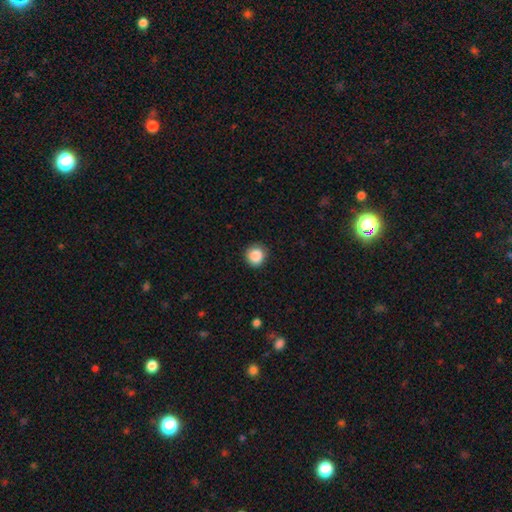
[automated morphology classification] smooth 87%, star or artifact 9%, featured or disk 3%. Down the decision tree: how rounded — round (92%); merging — none (90%).